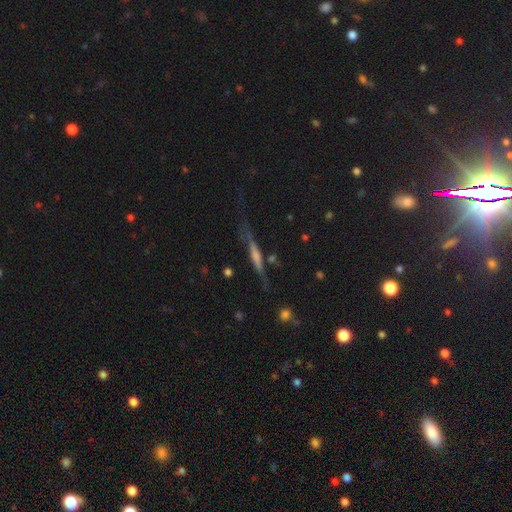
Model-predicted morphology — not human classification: Smooth or featured?
  - featured or disk: 65% *
  - smooth: 27%
  - star or artifact: 8%
Edge-on disk?
  - yes: 93% *
  - no: 7%
Edge-on bulge?
  - rounded: 38% *
  - none: 36%
  - boxy: 26%
Merging?
  - none: 67% *
  - minor disturbance: 20%
  - major disturbance: 9%
  - merger: 4%